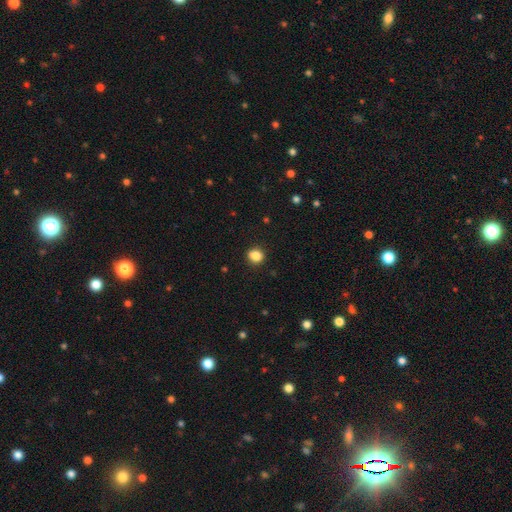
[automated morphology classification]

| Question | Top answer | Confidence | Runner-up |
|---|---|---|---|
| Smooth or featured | smooth | 86% | star or artifact (10%) |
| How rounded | round | 70% | in between (29%) |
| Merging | none | 89% | minor disturbance (8%) |